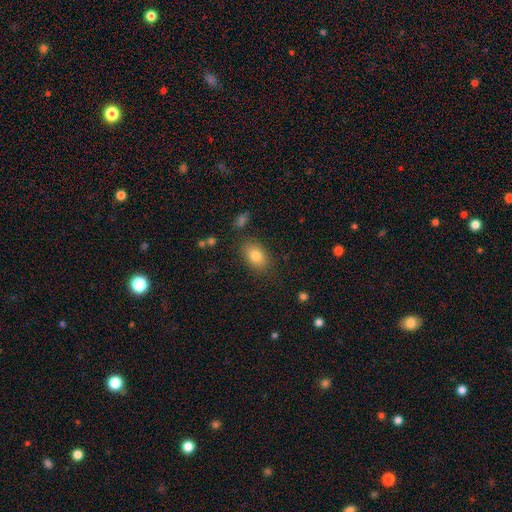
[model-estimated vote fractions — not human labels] A smooth galaxy with no disk features (82%) that is in between round and cigar-shaped (81%). Merging: none (82%).